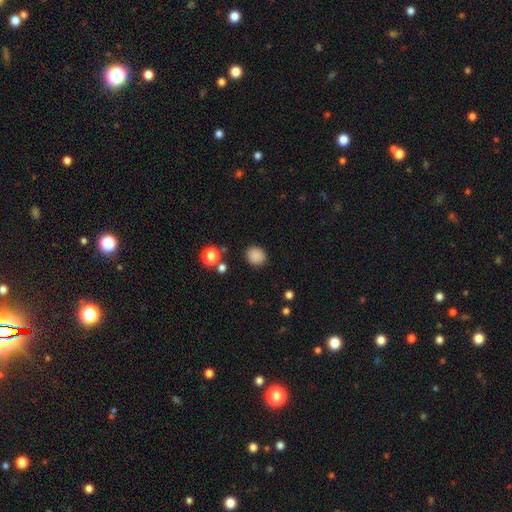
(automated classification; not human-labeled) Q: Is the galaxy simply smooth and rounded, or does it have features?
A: smooth — 86%.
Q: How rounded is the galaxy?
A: round — 76%.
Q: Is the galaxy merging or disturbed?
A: none — 87%.